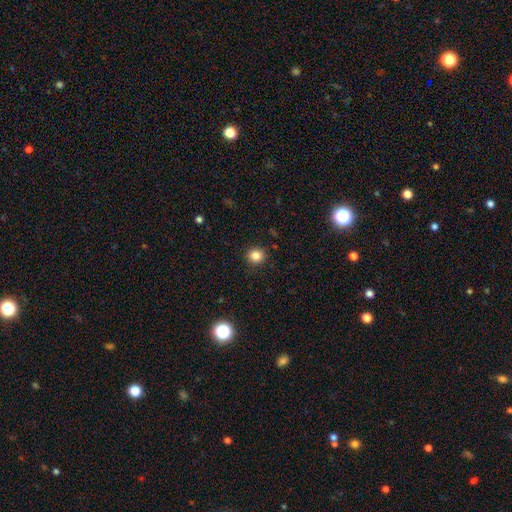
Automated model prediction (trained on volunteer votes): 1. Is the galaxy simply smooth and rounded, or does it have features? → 83% smooth, 12% star or artifact, 5% featured or disk.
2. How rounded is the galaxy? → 87% round, 12% in between, 1% cigar-shaped.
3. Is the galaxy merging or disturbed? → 90% none, 7% minor disturbance, 2% major disturbance, 1% merger.